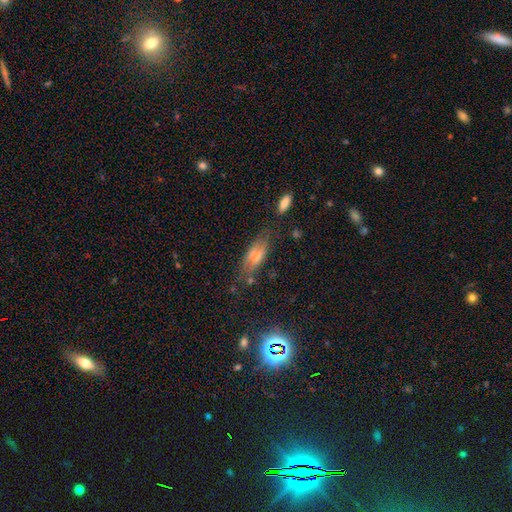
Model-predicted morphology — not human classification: Smooth or featured?
  - smooth: 55% *
  - featured or disk: 32%
  - star or artifact: 13%
How rounded?
  - in between: 73% *
  - cigar-shaped: 23%
  - round: 4%
Merging?
  - none: 60% *
  - minor disturbance: 25%
  - major disturbance: 11%
  - merger: 5%